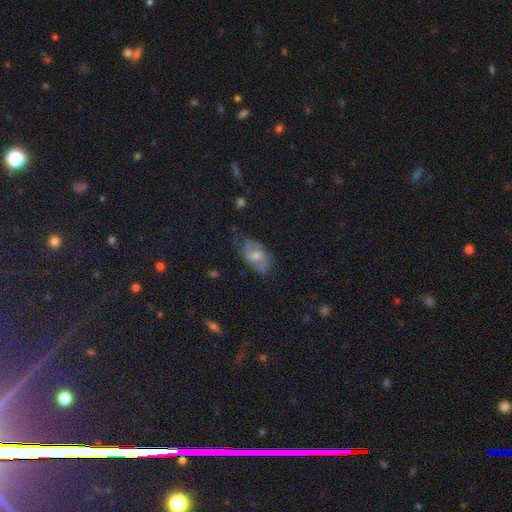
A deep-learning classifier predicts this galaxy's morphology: Q: Smooth or featured?
A: featured or disk (49%); runner-up: smooth (37%)
Q: Merging?
A: none (62%); runner-up: minor disturbance (26%)